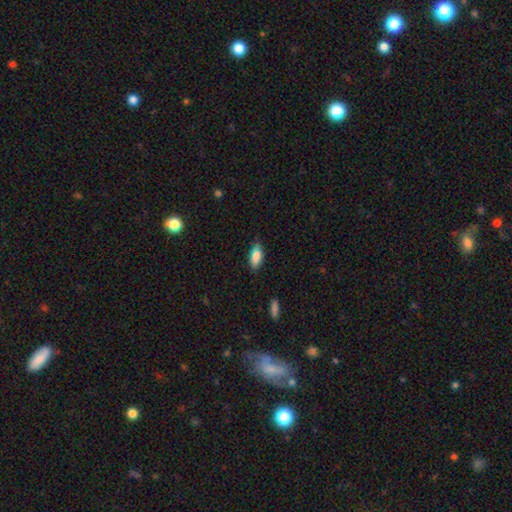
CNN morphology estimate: The model was most divided on "merging": none: 77%, minor disturbance: 19%, major disturbance: 3%, merger: 1%. More confident: smooth or featured — smooth (82%); how rounded — in between (80%).